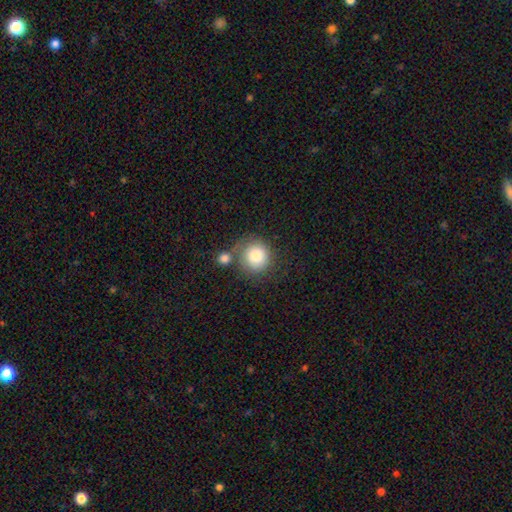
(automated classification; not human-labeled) Smooth or featured?
  - smooth: 80% *
  - featured or disk: 11%
  - star or artifact: 9%
How rounded?
  - round: 92% *
  - in between: 7%
  - cigar-shaped: 1%
Merging?
  - none: 60% *
  - merger: 20%
  - minor disturbance: 14%
  - major disturbance: 6%